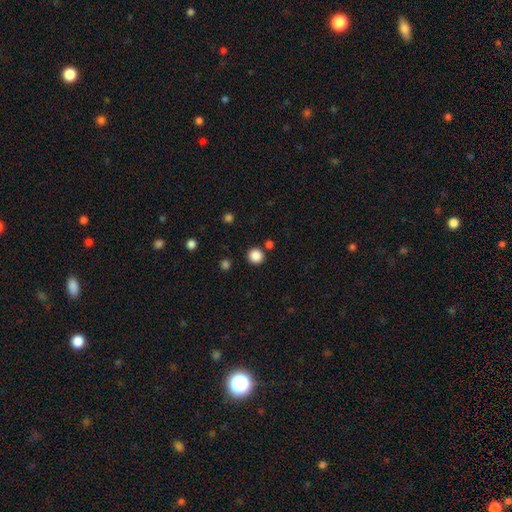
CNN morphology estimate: A smooth galaxy with no disk features (86%) that is round (94%). Merging: none (86%).